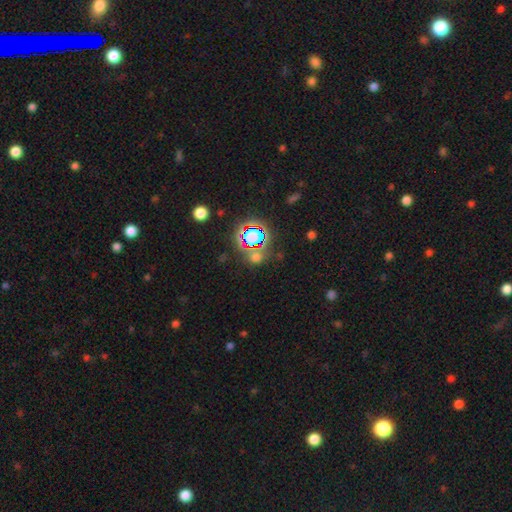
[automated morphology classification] This is likely a star or artifact rather than a galaxy (72%).